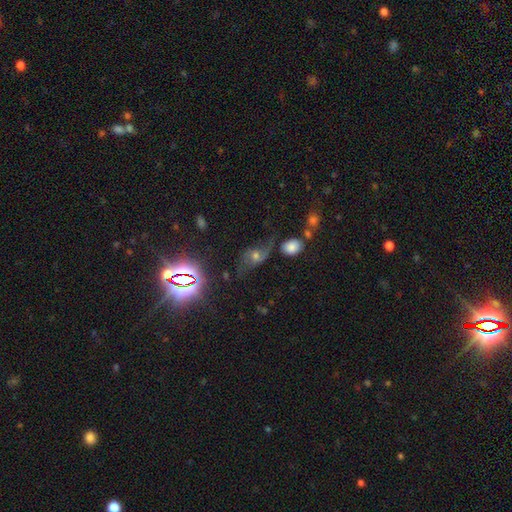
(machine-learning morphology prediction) This is possibly a featured or disk galaxy (50%). It is clearly not viewed edge-on (92%). Merging: possibly none (45%).